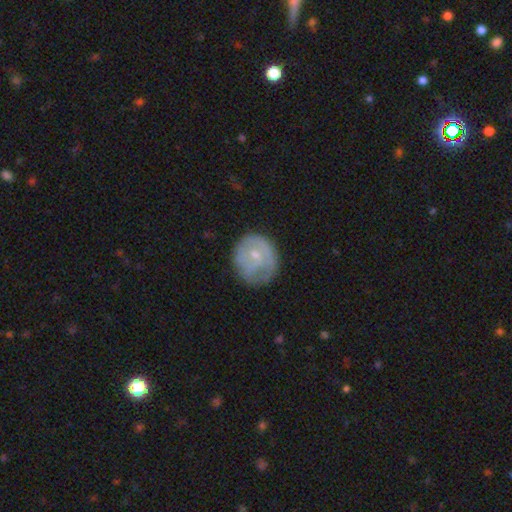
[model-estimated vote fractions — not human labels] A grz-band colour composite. It shows a smooth galaxy with no disk features (52%) that is round (80%). Merging: none (55%).